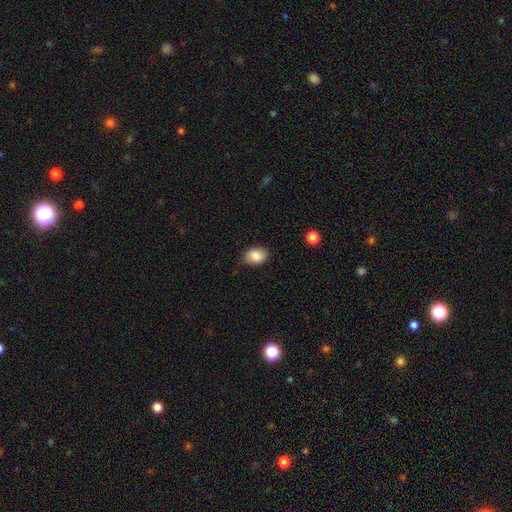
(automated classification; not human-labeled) Morphology: type=smooth (85%); roundness=in between (74%); merging=none (76%).